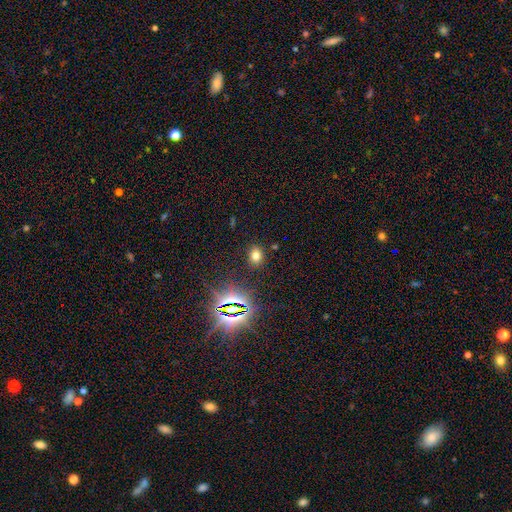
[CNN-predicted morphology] Q: Smooth or featured?
A: smooth (68%); runner-up: star or artifact (24%)
Q: How rounded?
A: round (50%); runner-up: in between (49%)
Q: Merging?
A: none (87%); runner-up: minor disturbance (8%)